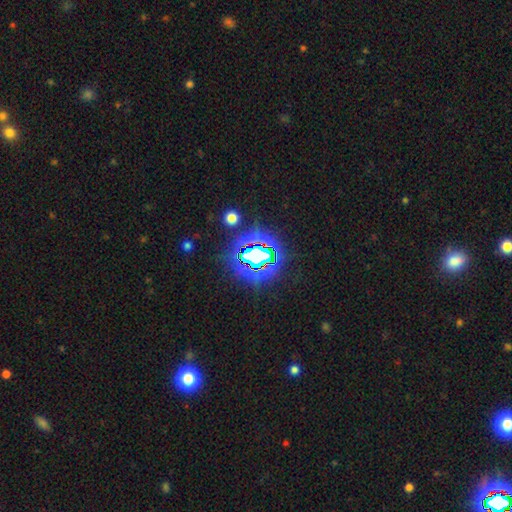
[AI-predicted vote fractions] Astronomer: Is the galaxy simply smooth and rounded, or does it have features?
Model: star or artifact — 74%.